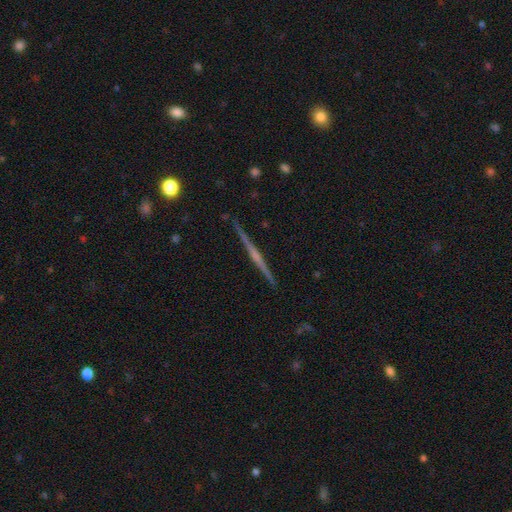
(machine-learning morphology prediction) This is likely a featured or disk galaxy (79%). It is clearly viewed edge-on (99%). Edge-on bulge: possibly rounded (49%). Merging: clearly none (92%).